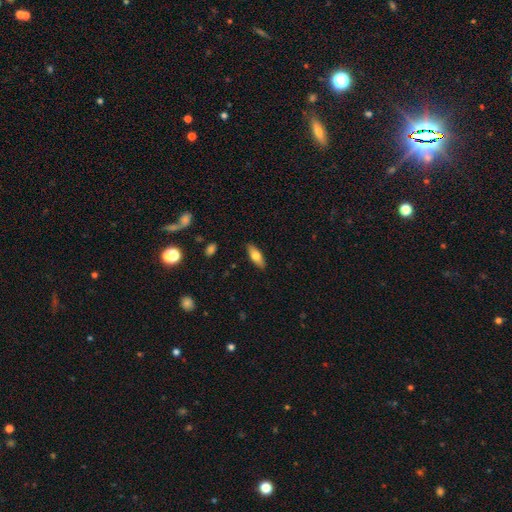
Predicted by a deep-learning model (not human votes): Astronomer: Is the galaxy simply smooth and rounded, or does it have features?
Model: smooth — 69%.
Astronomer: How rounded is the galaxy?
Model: in between — 68%.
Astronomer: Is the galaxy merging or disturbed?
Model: none — 88%.